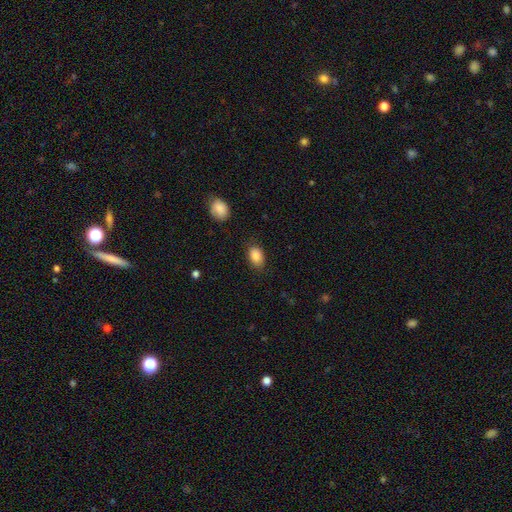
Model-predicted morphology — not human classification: Overall: smooth (86%). How rounded: in between (84%). Merging: none (76%).